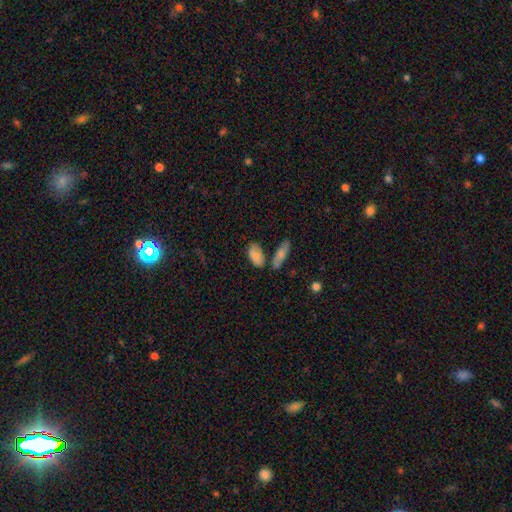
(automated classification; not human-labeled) Smooth or featured? Predicted: smooth (p=0.82). How rounded? Predicted: in between (p=0.88). Merging? Predicted: none (p=0.61).